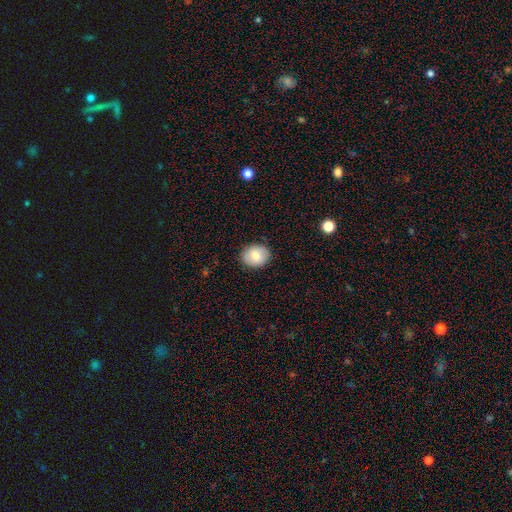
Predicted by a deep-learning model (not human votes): A smooth galaxy with no disk features (78%) that is round (58%).

Vote fractions:
- Smooth or featured? smooth: 78% / featured or disk: 14% / star or artifact: 8%
- How rounded? round: 58% / in between: 41% / cigar-shaped: 1%
- Merging? none: 88% / minor disturbance: 9% / major disturbance: 2% / merger: 1%